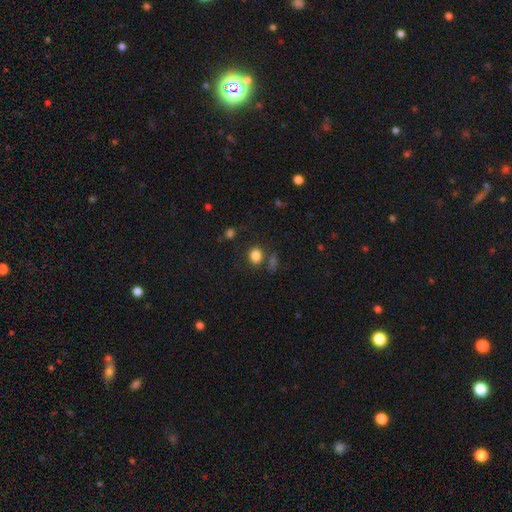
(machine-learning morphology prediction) type=smooth (83%); roundness=round (63%); merging=none (75%).